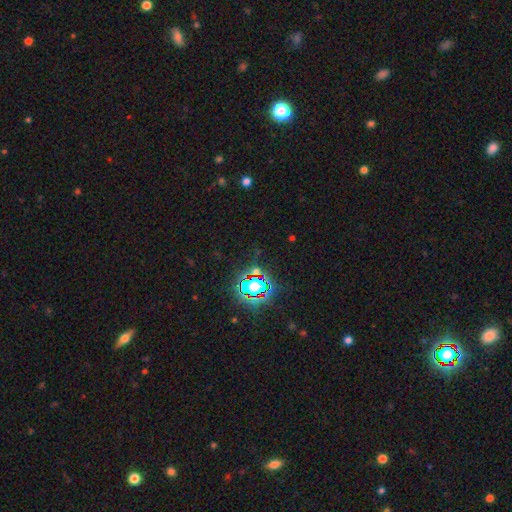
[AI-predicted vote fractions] Smooth or featured?
  - star or artifact: 77% *
  - smooth: 15%
  - featured or disk: 8%